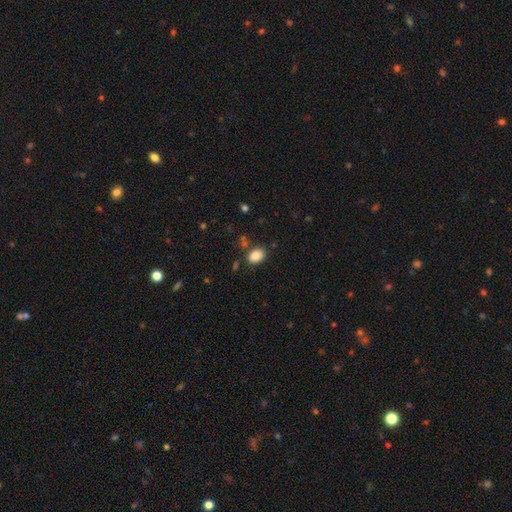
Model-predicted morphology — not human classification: Q: Smooth or featured?
A: smooth (87%); runner-up: star or artifact (9%)
Q: How rounded?
A: in between (82%); runner-up: round (17%)
Q: Merging?
A: none (80%); runner-up: minor disturbance (12%)